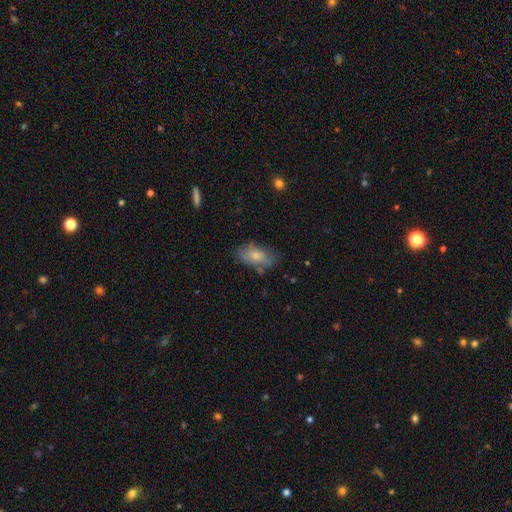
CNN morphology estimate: The model was most divided on "merging": none: 63%, minor disturbance: 25%, major disturbance: 8%, merger: 4%. More confident: how rounded — in between (91%); smooth or featured — smooth (72%).